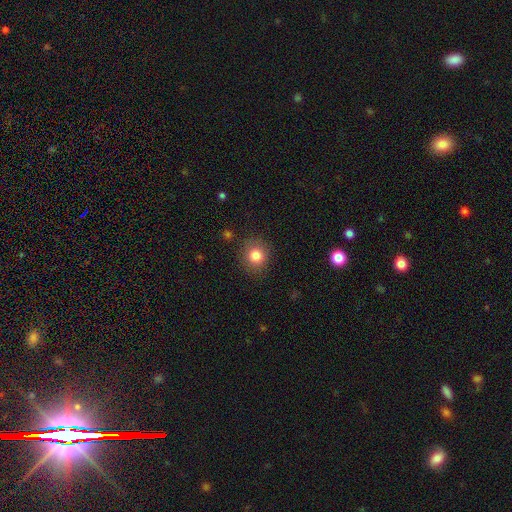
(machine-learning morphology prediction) Smooth or featured?
  - smooth: 82% *
  - star or artifact: 11%
  - featured or disk: 7%
How rounded?
  - round: 87% *
  - in between: 12%
  - cigar-shaped: 1%
Merging?
  - none: 86% *
  - minor disturbance: 9%
  - major disturbance: 3%
  - merger: 2%